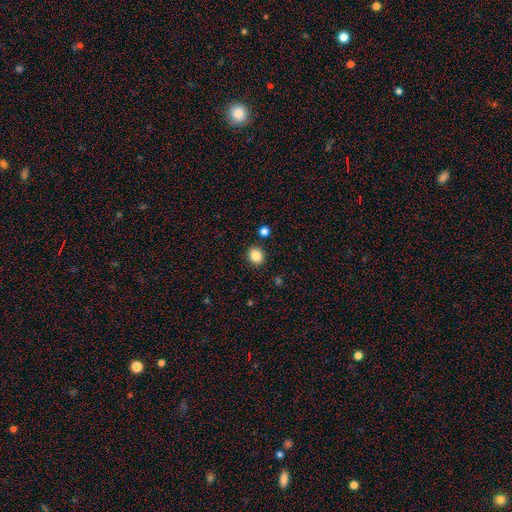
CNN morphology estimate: The model was most divided on "how rounded": round: 66%, in between: 33%, cigar-shaped: 1%. More confident: merging — none (88%); smooth or featured — smooth (85%).